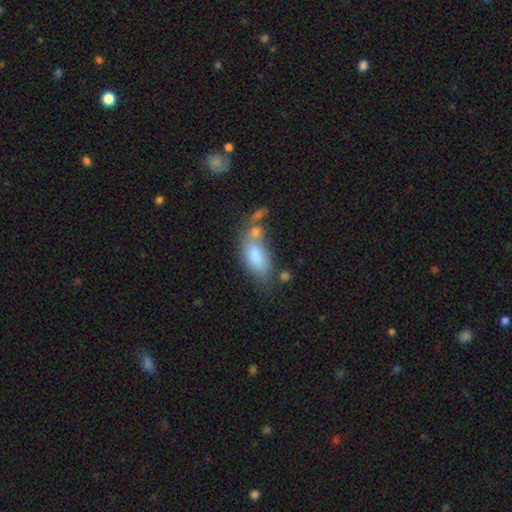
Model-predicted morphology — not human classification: type=smooth (80%); roundness=in between (88%); merging=none (43%).